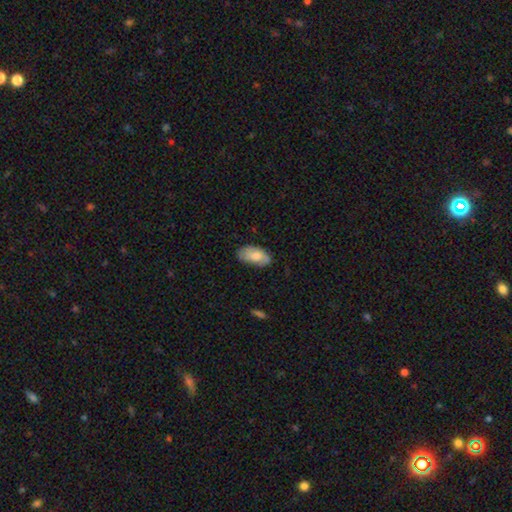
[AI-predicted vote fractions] A smooth galaxy with no disk features (69%) that is in between round and cigar-shaped (94%). Merging: none (68%).